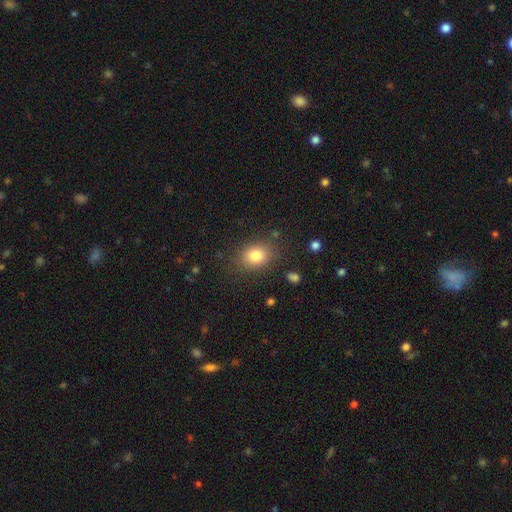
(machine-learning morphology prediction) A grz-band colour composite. It shows a smooth galaxy with no disk features (82%) that is in between round and cigar-shaped (60%). Merging: none (81%).